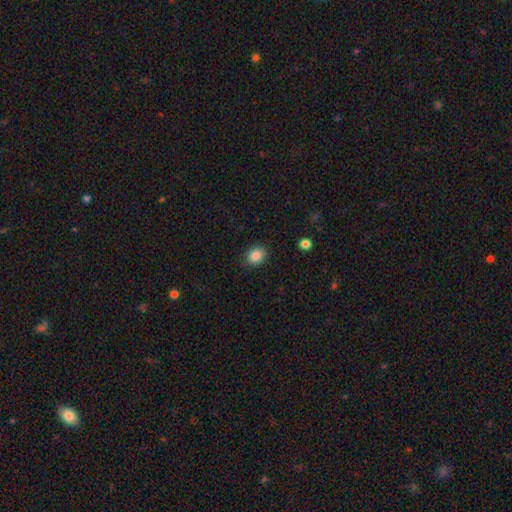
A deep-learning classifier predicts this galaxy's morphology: Q: Smooth or featured?
A: smooth (86%); runner-up: star or artifact (10%)
Q: How rounded?
A: round (63%); runner-up: in between (36%)
Q: Merging?
A: none (88%); runner-up: minor disturbance (9%)